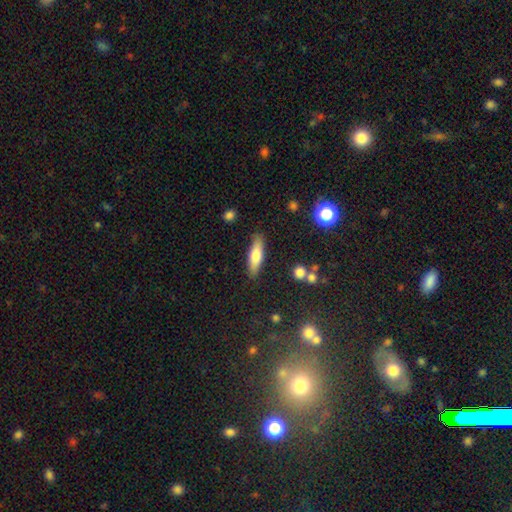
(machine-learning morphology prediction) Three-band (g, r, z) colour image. It shows a smooth galaxy with no disk features (68%) that is cigar-shaped (61%). Merging: none (85%).